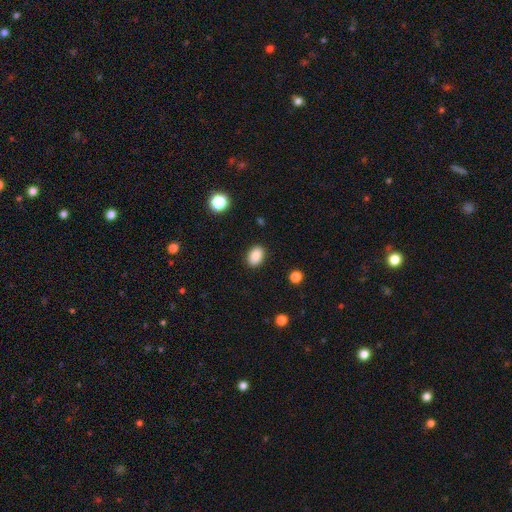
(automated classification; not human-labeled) Smooth or featured? smooth (87%)
How rounded? in between (80%)
Merging? none (88%)